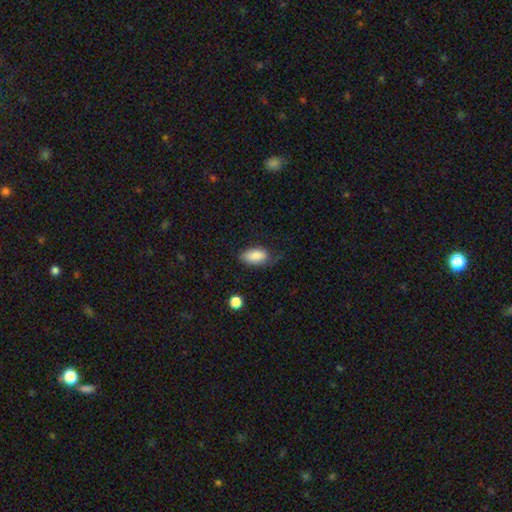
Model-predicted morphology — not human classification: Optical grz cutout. It shows a smooth galaxy with no disk features (84%) that is in between round and cigar-shaped (93%). Merging: none (58%).